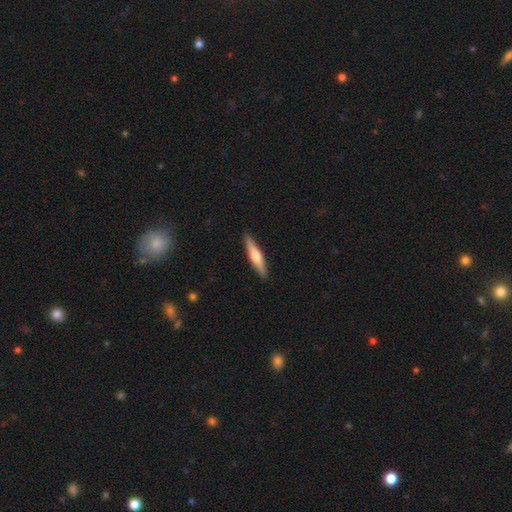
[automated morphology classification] Smooth or featured? Predicted: smooth (p=0.47, tied with featured or disk). Merging? Predicted: none (p=0.91).